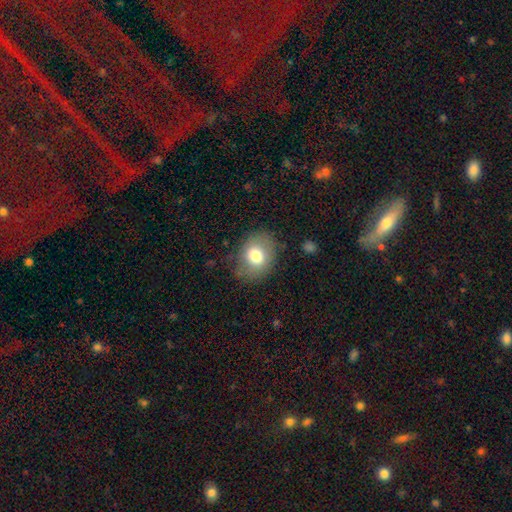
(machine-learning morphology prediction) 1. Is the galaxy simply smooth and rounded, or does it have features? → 74% smooth, 17% featured or disk, 9% star or artifact.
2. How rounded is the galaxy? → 51% in between, 48% round, 1% cigar-shaped.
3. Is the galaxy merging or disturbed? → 75% none, 17% minor disturbance, 6% major disturbance, 2% merger.